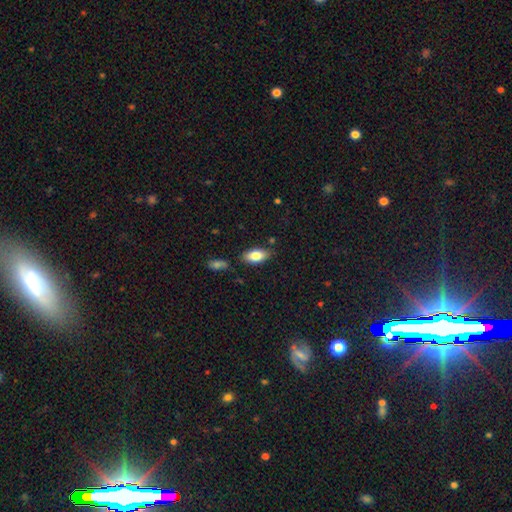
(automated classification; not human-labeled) This appears to be a smooth galaxy with no disk features (81%) that is in between round and cigar-shaped (89%). Merging: none (80%).